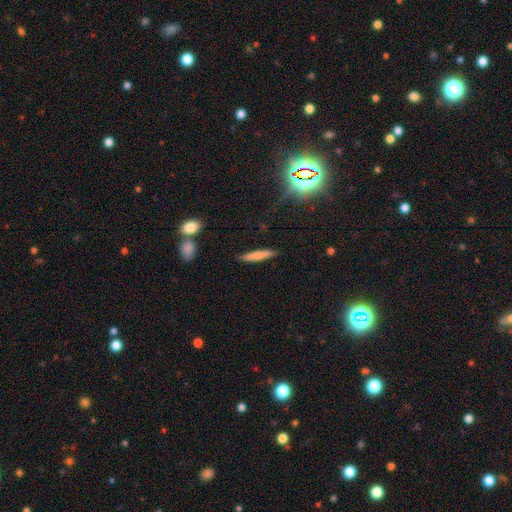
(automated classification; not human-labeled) The model was most divided on "smooth or featured": smooth: 74%, featured or disk: 19%, star or artifact: 7%. More confident: how rounded — cigar-shaped (89%); merging — none (87%).